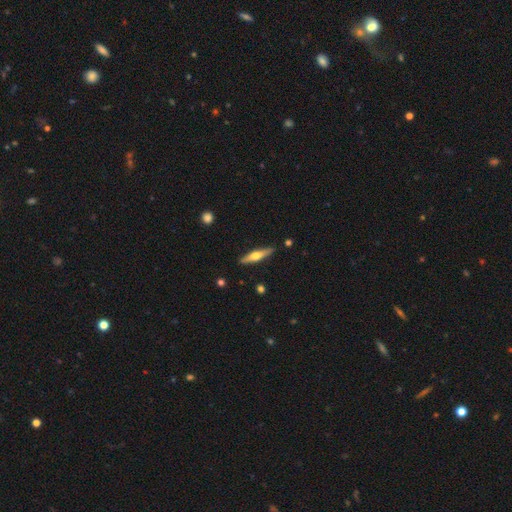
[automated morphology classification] A featured or disk galaxy (56%) viewed edge-on (94%) with a rounded central bulge (92%). Merging: none (89%).